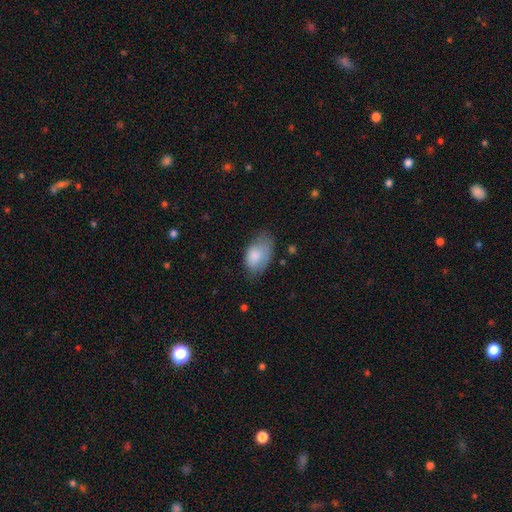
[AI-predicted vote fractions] Smooth or featured? smooth (82%)
How rounded? in between (91%)
Merging? none (46%)